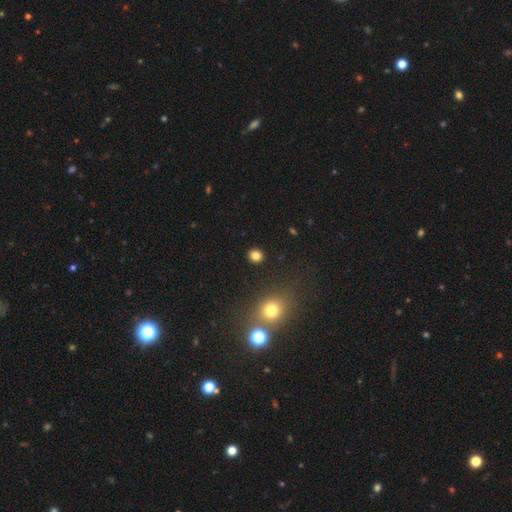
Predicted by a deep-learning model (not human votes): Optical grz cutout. It shows a smooth galaxy with no disk features (82%) that is round (88%). Merging: none (91%).